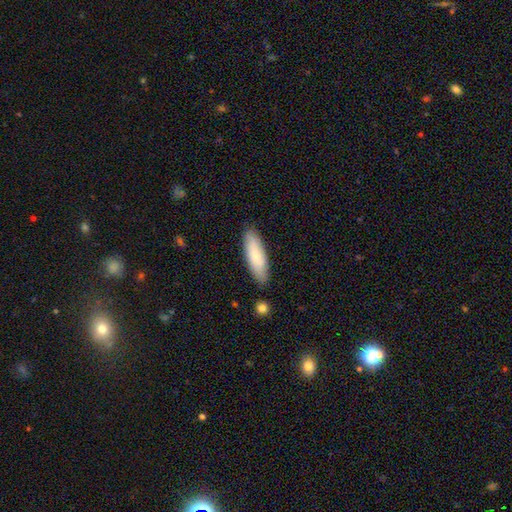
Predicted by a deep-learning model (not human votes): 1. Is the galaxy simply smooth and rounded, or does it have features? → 75% smooth, 19% featured or disk, 6% star or artifact.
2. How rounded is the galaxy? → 50% in between, 48% cigar-shaped, 2% round.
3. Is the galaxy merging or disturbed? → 85% none, 11% minor disturbance, 2% major disturbance, 2% merger.